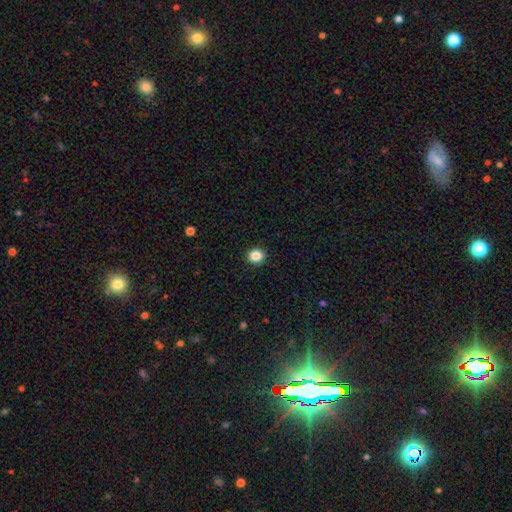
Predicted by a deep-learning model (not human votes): Smooth or featured: smooth — 86% (star or artifact — 10%)
How rounded: round — 85% (in between — 14%)
Merging: none — 92% (minor disturbance — 5%)